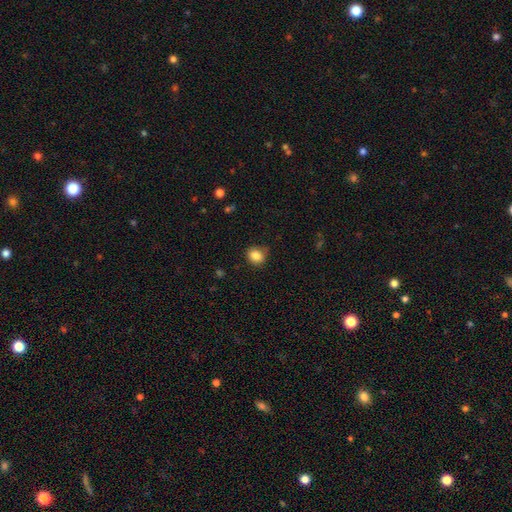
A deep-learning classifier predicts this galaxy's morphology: Overall: smooth (86%). How rounded: round (63%; in between 36%). Merging: none (81%).